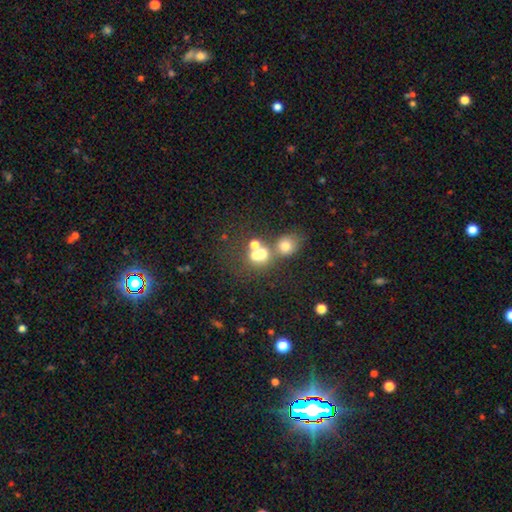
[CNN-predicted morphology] smooth_or_featured: smooth (p=0.62) [alt: star or artifact p=0.21]
how_rounded: round (p=0.70) [alt: in between p=0.28]
merging: merger (p=0.50) [alt: none p=0.35]